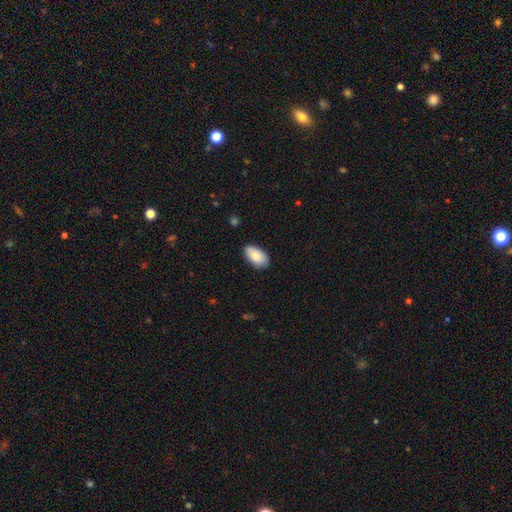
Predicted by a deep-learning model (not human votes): This is clearly a smooth galaxy (85%). How rounded: clearly in between (95%). Merging: clearly none (80%).